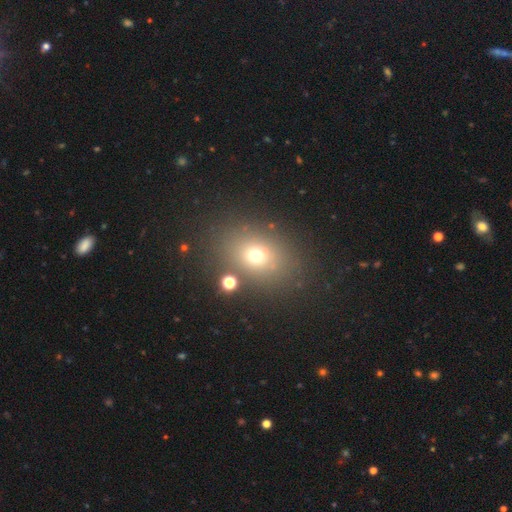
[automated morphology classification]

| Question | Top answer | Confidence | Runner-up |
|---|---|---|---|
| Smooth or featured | smooth | 67% | star or artifact (20%) |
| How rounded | in between | 51% | round (47%) |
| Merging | none | 76% | minor disturbance (11%) |